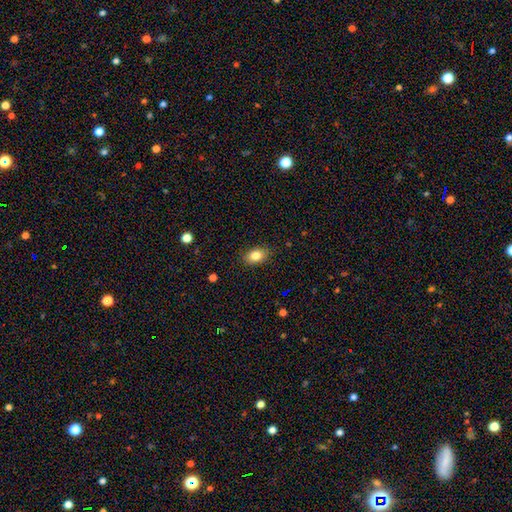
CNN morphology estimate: Smooth or featured? Predicted: smooth (p=0.83). How rounded? Predicted: in between (p=0.82). Merging? Predicted: none (p=0.86).